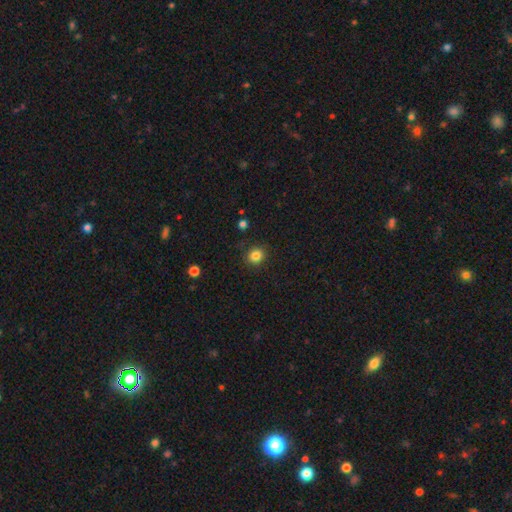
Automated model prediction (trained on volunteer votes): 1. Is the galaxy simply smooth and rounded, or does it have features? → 83% smooth, 12% star or artifact, 5% featured or disk.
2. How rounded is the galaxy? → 82% round, 17% in between, 1% cigar-shaped.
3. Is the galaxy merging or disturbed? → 87% none, 9% minor disturbance, 2% major disturbance, 1% merger.